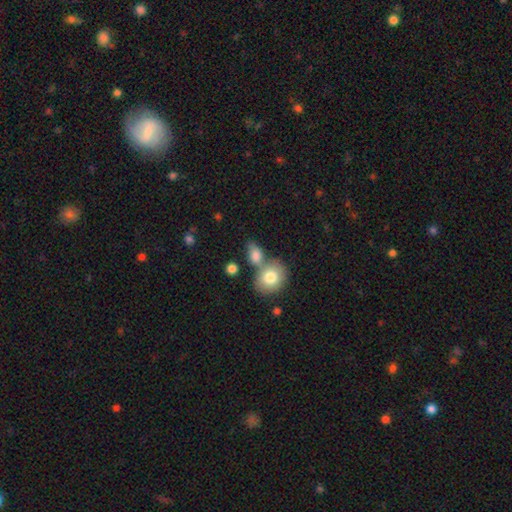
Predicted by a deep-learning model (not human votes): This appears to be a smooth galaxy with no disk features (79%) that is in between round and cigar-shaped (71%). Merging: none (40%).